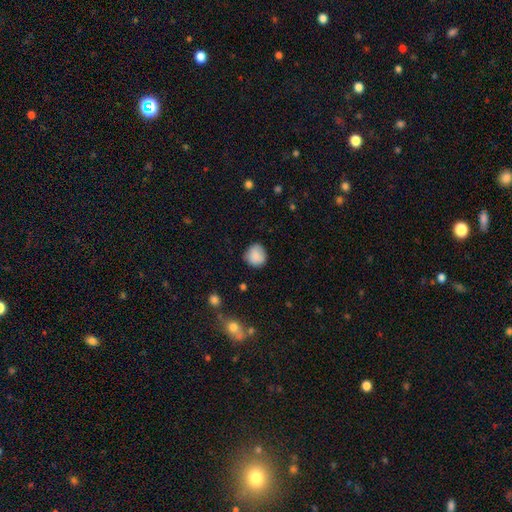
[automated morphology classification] type=smooth (86%); roundness=round (85%); merging=none (77%).